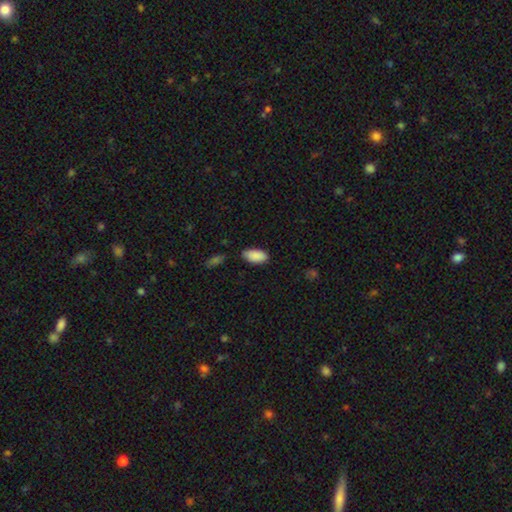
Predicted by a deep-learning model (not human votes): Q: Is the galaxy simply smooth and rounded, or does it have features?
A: smooth — 89%.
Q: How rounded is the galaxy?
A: in between — 94%.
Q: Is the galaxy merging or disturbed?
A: none — 75%.